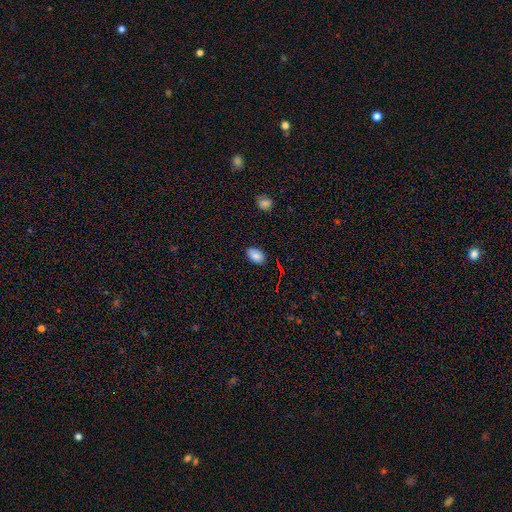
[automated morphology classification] This appears to be a smooth galaxy with no disk features (82%) that is in between round and cigar-shaped (88%). Merging: none (84%).